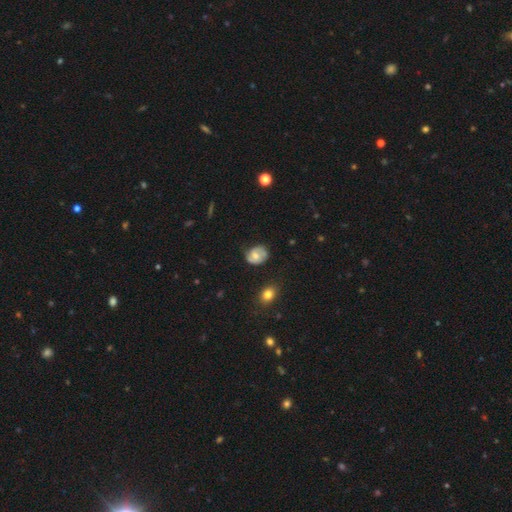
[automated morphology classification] Smooth or featured: featured or disk — 47% (smooth — 45%)
Merging: none — 66% (minor disturbance — 25%)